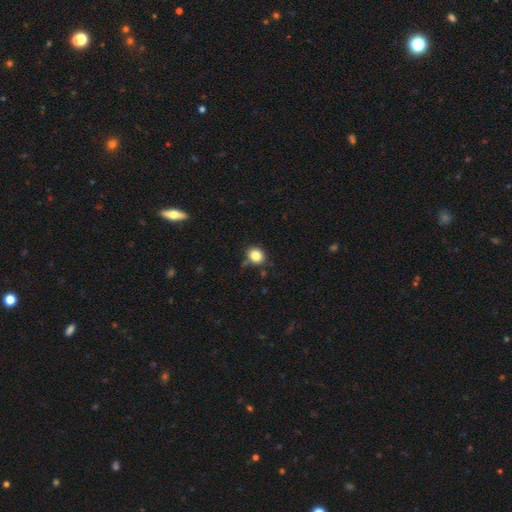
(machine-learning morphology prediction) smooth-or-featured: smooth: 84% | star or artifact: 11% | featured or disk: 5%
  how-rounded: round: 77% | in between: 22% | cigar-shaped: 1%
  merging: none: 75% | minor disturbance: 16% | merger: 5% | major disturbance: 4%